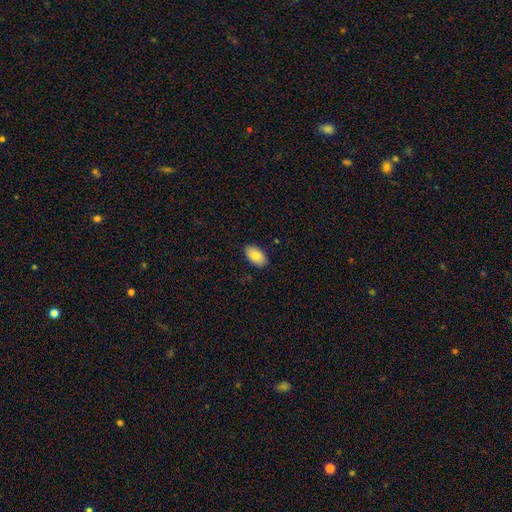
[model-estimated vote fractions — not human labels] Smooth or featured: smooth — 83% (featured or disk — 10%)
How rounded: in between — 94% (round — 4%)
Merging: none — 87% (minor disturbance — 10%)